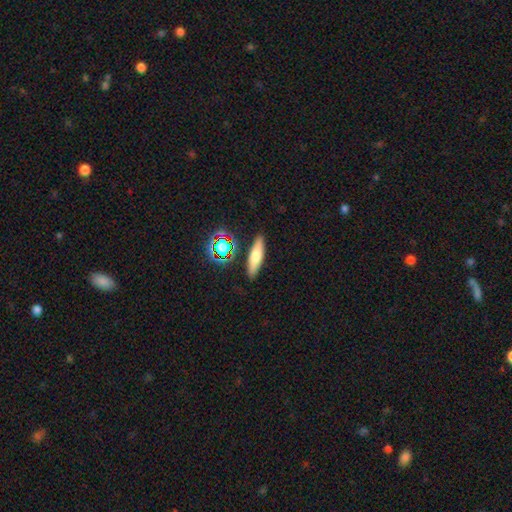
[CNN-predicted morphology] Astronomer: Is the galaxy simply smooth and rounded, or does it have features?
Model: smooth — 64%.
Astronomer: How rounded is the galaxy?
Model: cigar-shaped — 61%.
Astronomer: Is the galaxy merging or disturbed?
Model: none — 86%.